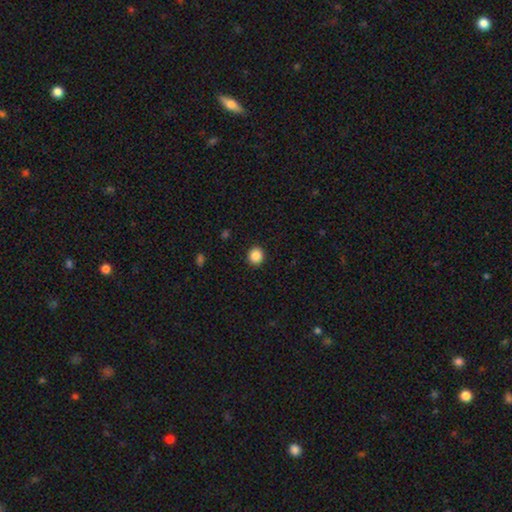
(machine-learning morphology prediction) A smooth galaxy with no disk features (87%) that is round (88%).

Vote fractions:
- Smooth or featured? smooth: 87% / star or artifact: 10% / featured or disk: 3%
- How rounded? round: 88% / in between: 11% / cigar-shaped: 1%
- Merging? none: 92% / minor disturbance: 5% / major disturbance: 2% / merger: 1%